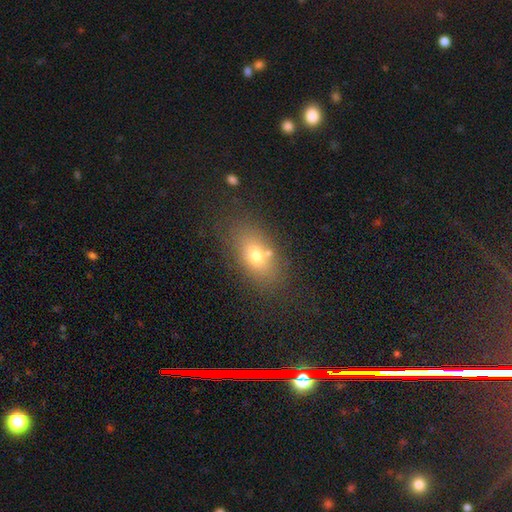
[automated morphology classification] This is likely a smooth galaxy (72%). How rounded: clearly in between (83%). Merging: likely none (72%).